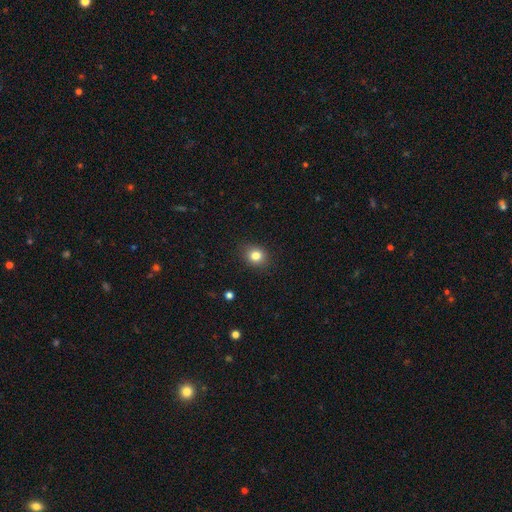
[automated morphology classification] This is clearly a smooth galaxy (82%). How rounded: likely round (70%). Merging: clearly none (88%).